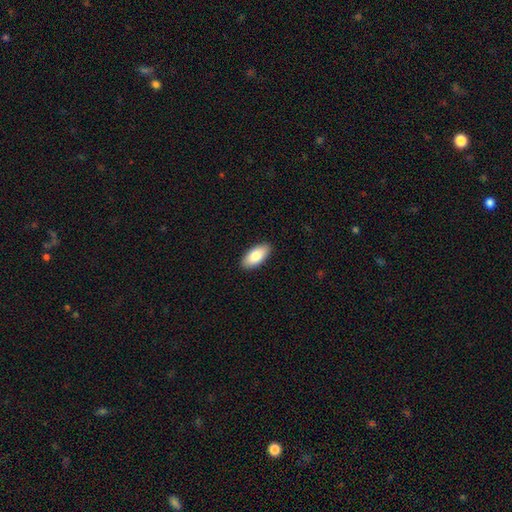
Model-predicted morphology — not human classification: A smooth galaxy with no disk features (84%) that is in between round and cigar-shaped (92%). Merging: none (90%).